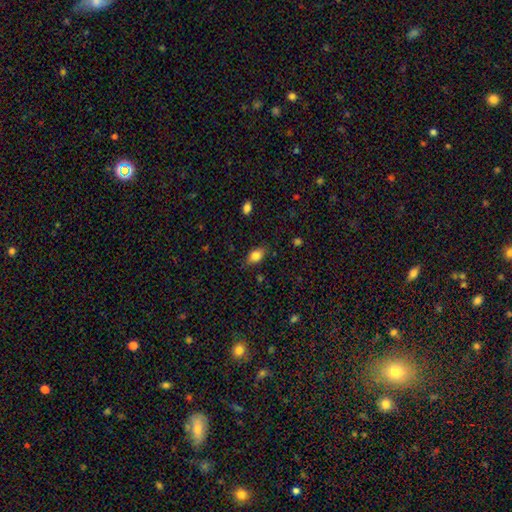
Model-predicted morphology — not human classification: This appears to be a smooth galaxy with no disk features (83%) that is in between round and cigar-shaped (86%). Merging: none (80%).